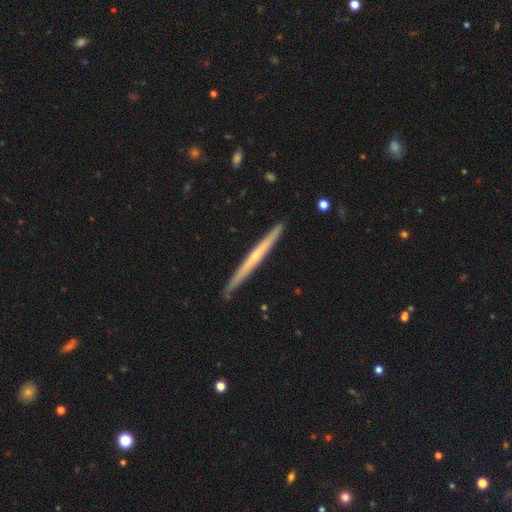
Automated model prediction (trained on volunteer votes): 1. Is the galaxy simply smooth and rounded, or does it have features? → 62% featured or disk, 32% smooth, 5% star or artifact.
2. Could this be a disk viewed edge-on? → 98% yes, 2% no.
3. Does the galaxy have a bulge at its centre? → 66% none, 30% rounded, 4% boxy.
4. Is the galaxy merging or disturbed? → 90% none, 7% minor disturbance, 1% major disturbance, 1% merger.